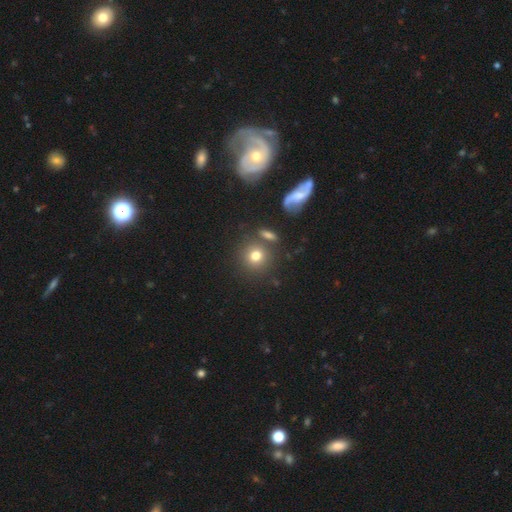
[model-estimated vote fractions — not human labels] Smooth or featured? Predicted: smooth (p=0.74). How rounded? Predicted: round (p=0.89). Merging? Predicted: none (p=0.76).